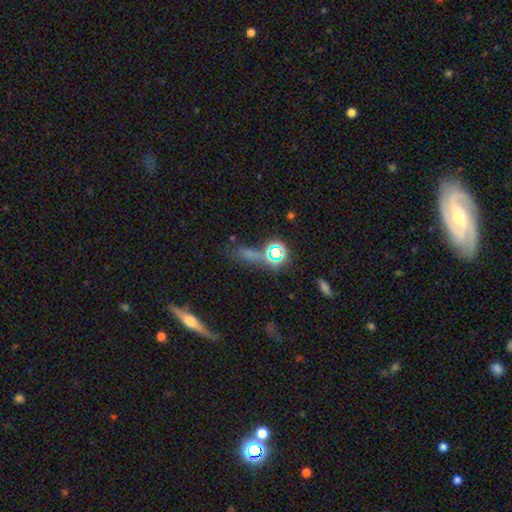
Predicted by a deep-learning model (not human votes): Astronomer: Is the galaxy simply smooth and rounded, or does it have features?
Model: smooth — 37% (runner-up: star or artifact, 36%).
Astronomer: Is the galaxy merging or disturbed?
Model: none — 60%.